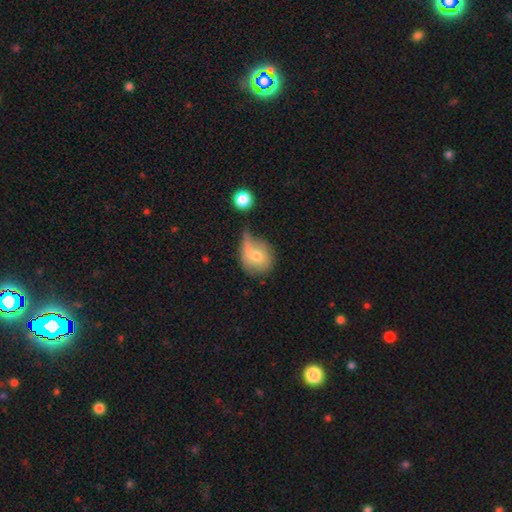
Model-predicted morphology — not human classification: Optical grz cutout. It shows a smooth galaxy with no disk features (67%) that is round (68%). Merging: minor disturbance (31%).